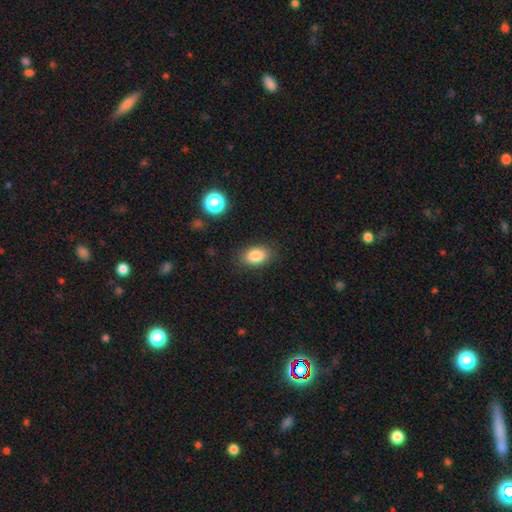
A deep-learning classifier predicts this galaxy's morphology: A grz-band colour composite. It shows a smooth galaxy with no disk features (85%) that is in between round and cigar-shaped (87%). Merging: none (86%).